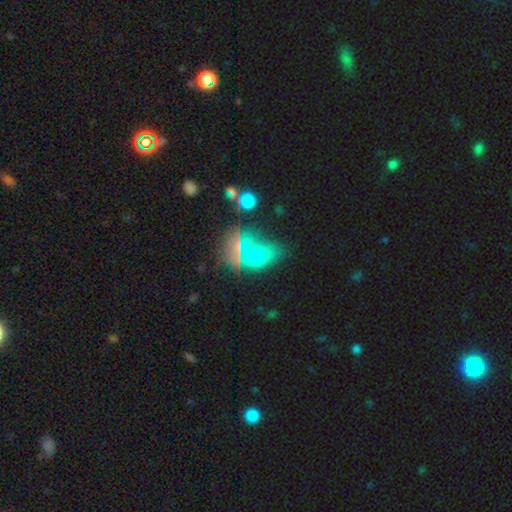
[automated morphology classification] This is possibly a smooth galaxy (56%). How rounded: likely in between (64%). Merging: possibly none (50%).